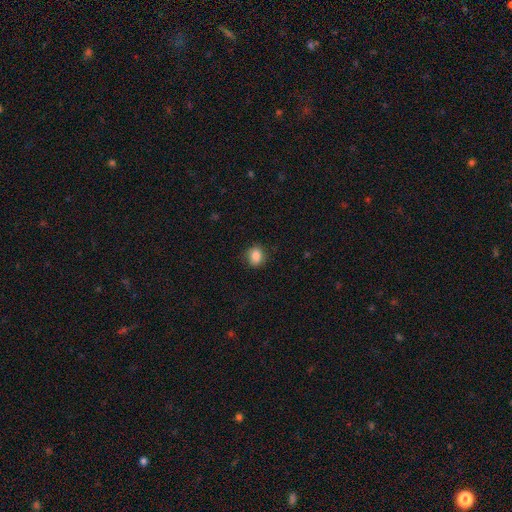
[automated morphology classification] A smooth galaxy with no disk features (86%) that is round (56%).

Vote fractions:
- Smooth or featured? smooth: 86% / star or artifact: 9% / featured or disk: 4%
- How rounded? round: 56% / in between: 42% / cigar-shaped: 1%
- Merging? none: 84% / minor disturbance: 12% / major disturbance: 3% / merger: 1%